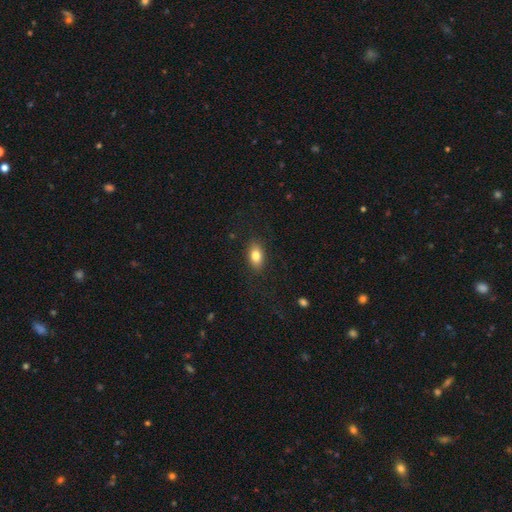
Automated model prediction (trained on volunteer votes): A smooth galaxy with no disk features (81%) that is in between round and cigar-shaped (85%).

Vote fractions:
- Smooth or featured? smooth: 81% / featured or disk: 11% / star or artifact: 8%
- How rounded? in between: 85% / round: 11% / cigar-shaped: 4%
- Merging? none: 86% / minor disturbance: 10% / major disturbance: 3% / merger: 1%